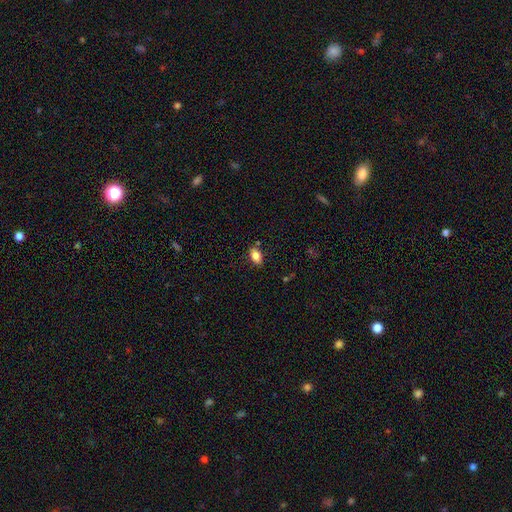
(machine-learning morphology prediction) A smooth galaxy with no disk features (81%) that is in between round and cigar-shaped (87%). Merging: none (78%).